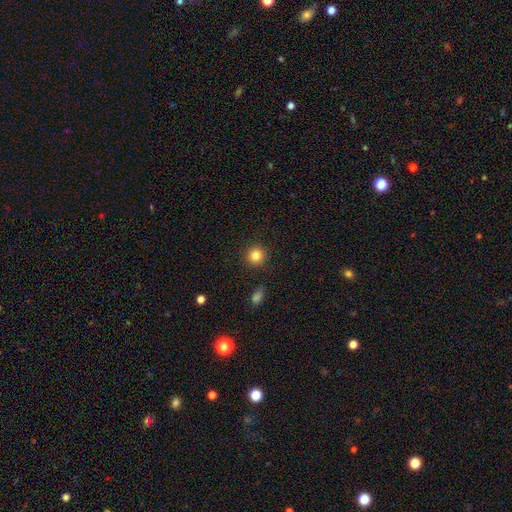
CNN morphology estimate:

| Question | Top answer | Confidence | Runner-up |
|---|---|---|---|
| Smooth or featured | smooth | 84% | star or artifact (11%) |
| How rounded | round | 93% | in between (6%) |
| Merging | none | 91% | minor disturbance (6%) |